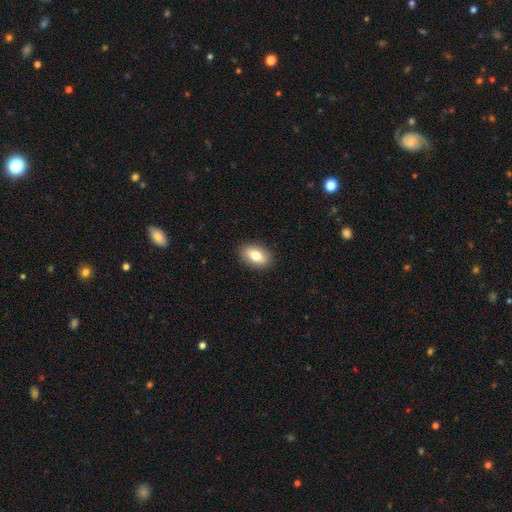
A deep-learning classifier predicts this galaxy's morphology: This appears to be a smooth galaxy with no disk features (77%) that is in between round and cigar-shaped (84%). Merging: none (89%).